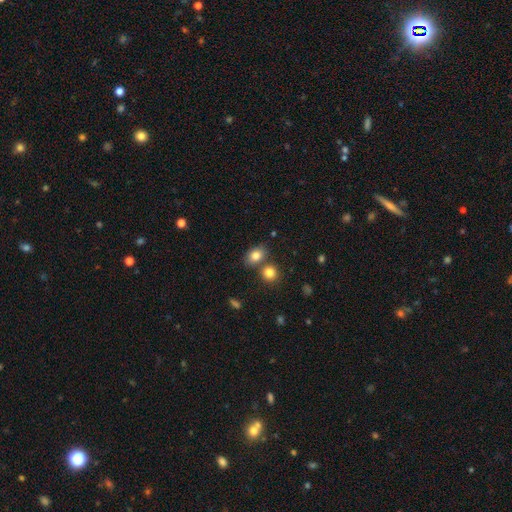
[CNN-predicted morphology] The model was most divided on "how rounded": in between: 69%, round: 29%, cigar-shaped: 2%. More confident: smooth or featured — smooth (81%); merging — none (64%).